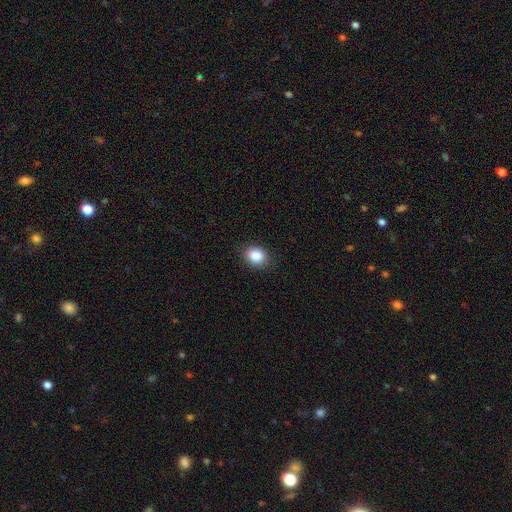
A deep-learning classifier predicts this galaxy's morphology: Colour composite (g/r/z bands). It shows a smooth galaxy with no disk features (85%) that is in between round and cigar-shaped (54%). Merging: none (88%).